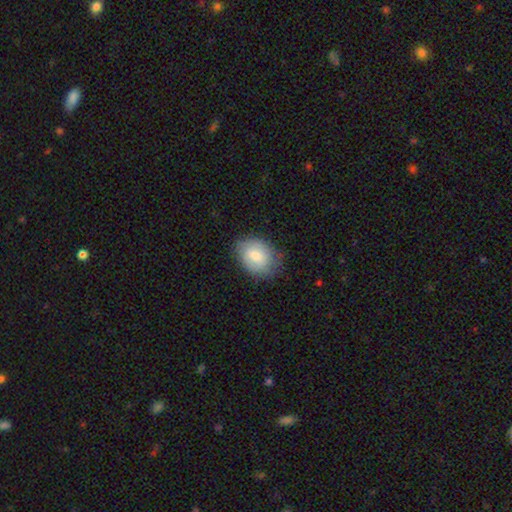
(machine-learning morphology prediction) smooth_or_featured: smooth (p=0.73) [alt: featured or disk p=0.20]
how_rounded: in between (p=0.65) [alt: round p=0.34]
merging: none (p=0.75) [alt: minor disturbance p=0.19]